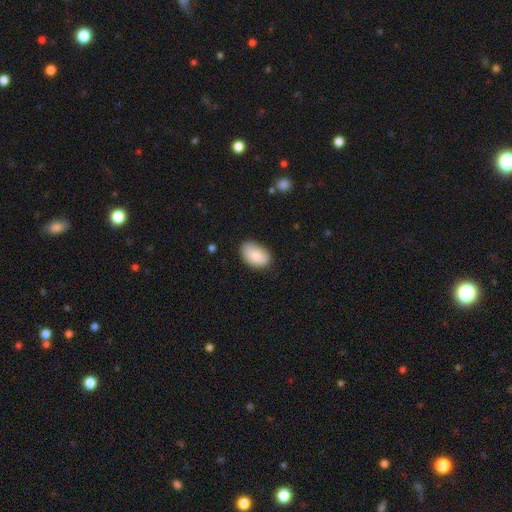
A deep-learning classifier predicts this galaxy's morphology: Smooth or featured?
  - smooth: 82% *
  - featured or disk: 12%
  - star or artifact: 6%
How rounded?
  - in between: 89% *
  - round: 10%
  - cigar-shaped: 1%
Merging?
  - none: 78% *
  - minor disturbance: 17%
  - major disturbance: 3%
  - merger: 1%